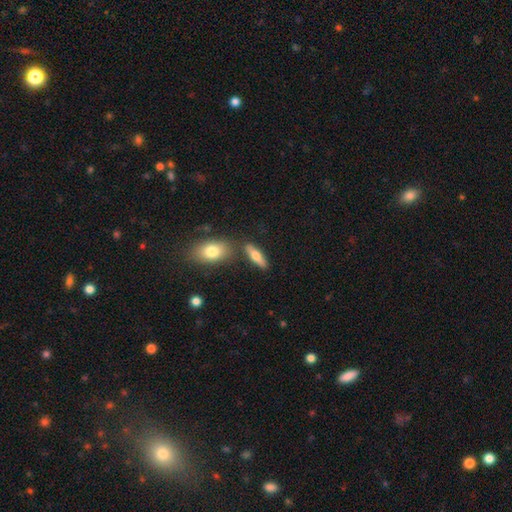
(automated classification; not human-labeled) Q: Smooth or featured?
A: smooth (61%); runner-up: featured or disk (32%)
Q: How rounded?
A: cigar-shaped (51%); runner-up: in between (45%)
Q: Merging?
A: none (74%); runner-up: merger (12%)